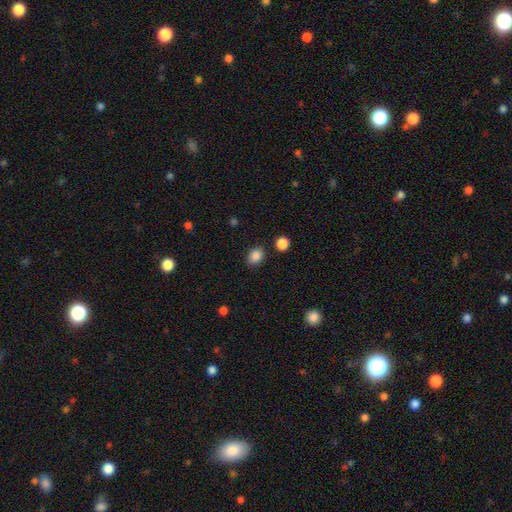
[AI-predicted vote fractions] Q: Smooth or featured?
A: smooth (87%); runner-up: star or artifact (9%)
Q: How rounded?
A: in between (65%); runner-up: round (34%)
Q: Merging?
A: none (85%); runner-up: minor disturbance (9%)